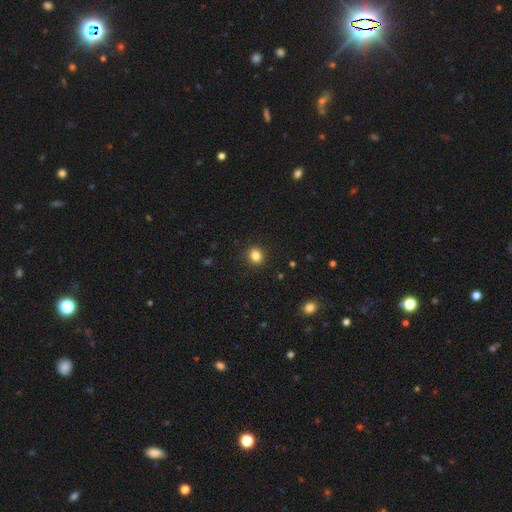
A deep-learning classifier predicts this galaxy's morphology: The model was most divided on "how rounded": round: 81%, in between: 18%, cigar-shaped: 1%. More confident: merging — none (91%); smooth or featured — smooth (84%).